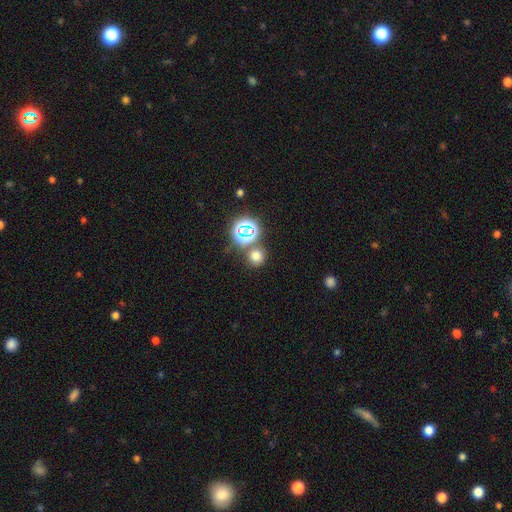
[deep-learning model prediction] smooth 65%, star or artifact 29%, featured or disk 6%. Down the decision tree: how rounded — round (88%); merging — none (76%).